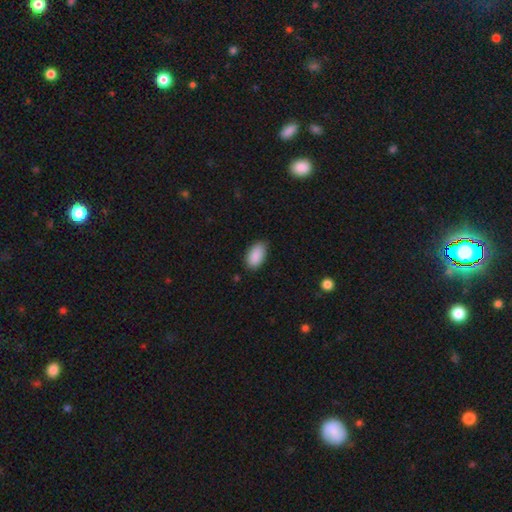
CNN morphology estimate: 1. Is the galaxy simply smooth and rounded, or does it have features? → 90% smooth, 7% star or artifact, 3% featured or disk.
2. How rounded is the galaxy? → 94% in between, 4% round, 2% cigar-shaped.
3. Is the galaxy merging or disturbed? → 81% none, 15% minor disturbance, 3% major disturbance, 1% merger.